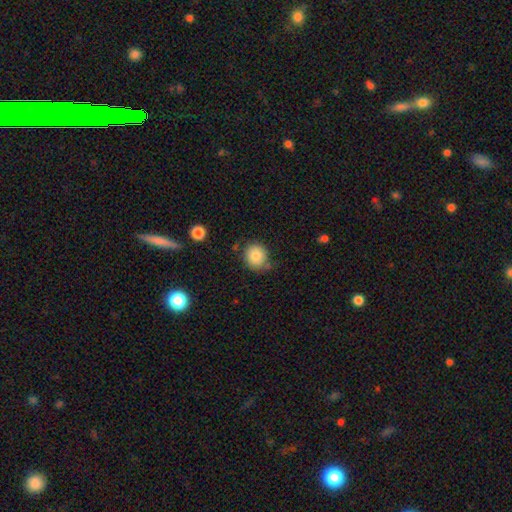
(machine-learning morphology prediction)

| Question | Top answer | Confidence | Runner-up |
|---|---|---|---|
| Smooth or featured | smooth | 83% | star or artifact (9%) |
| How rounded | round | 85% | in between (14%) |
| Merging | none | 75% | minor disturbance (16%) |